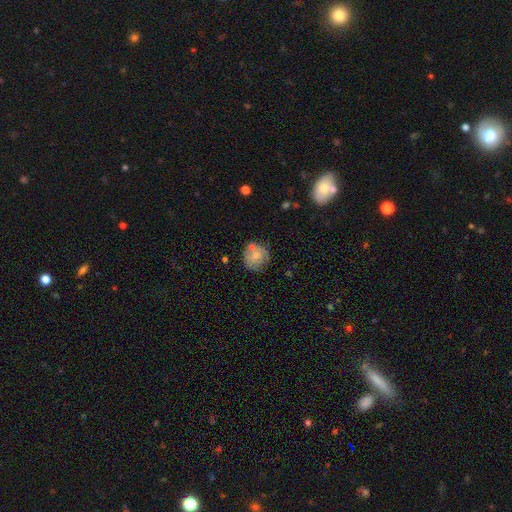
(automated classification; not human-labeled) Smooth or featured? smooth (60%)
How rounded? round (86%)
Merging? none (61%)